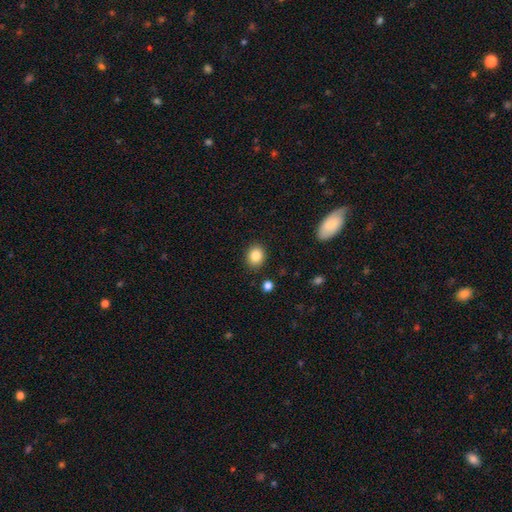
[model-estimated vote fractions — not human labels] smooth 85%, star or artifact 9%, featured or disk 6%. Down the decision tree: how rounded — round (67%); merging — none (88%).